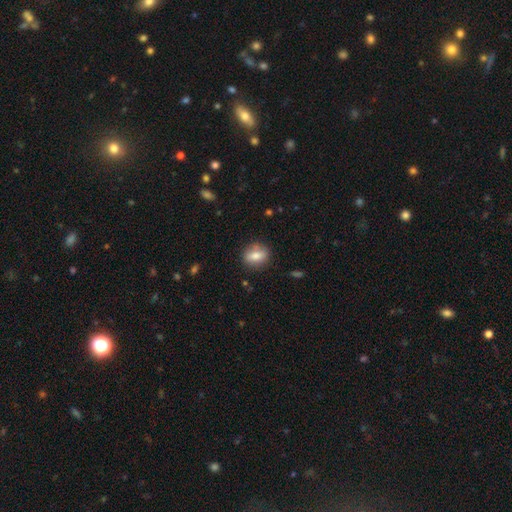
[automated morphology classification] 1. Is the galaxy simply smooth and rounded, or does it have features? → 76% smooth, 16% featured or disk, 8% star or artifact.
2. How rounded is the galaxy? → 58% in between, 38% round, 4% cigar-shaped.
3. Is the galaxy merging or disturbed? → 82% none, 13% minor disturbance, 3% major disturbance, 2% merger.